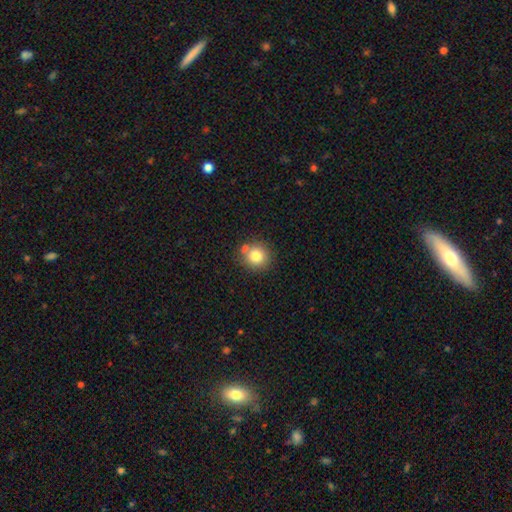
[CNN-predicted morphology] A smooth galaxy with no disk features (80%) that is round (90%).

Vote fractions:
- Smooth or featured? smooth: 80% / star or artifact: 11% / featured or disk: 9%
- How rounded? round: 90% / in between: 9% / cigar-shaped: 1%
- Merging? none: 71% / merger: 14% / minor disturbance: 12% / major disturbance: 3%